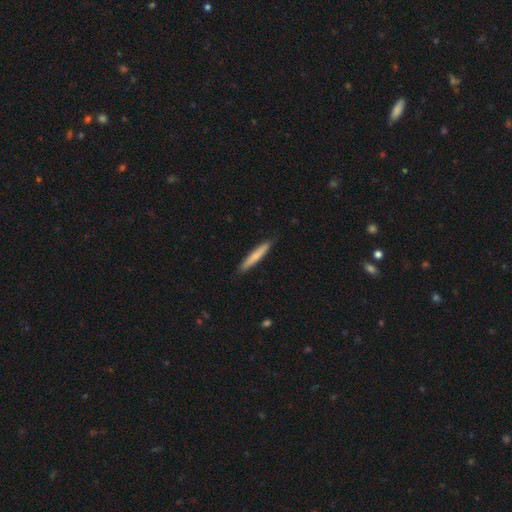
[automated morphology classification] Smooth or featured? smooth (73%)
How rounded? cigar-shaped (94%)
Merging? none (90%)